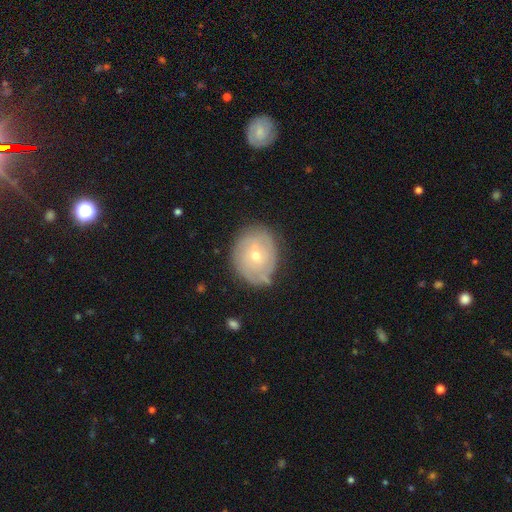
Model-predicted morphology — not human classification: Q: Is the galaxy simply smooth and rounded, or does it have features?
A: featured or disk — 59%.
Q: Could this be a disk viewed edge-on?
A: no — 96%.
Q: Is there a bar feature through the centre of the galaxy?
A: no — 79%.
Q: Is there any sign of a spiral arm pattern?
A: yes — 65%.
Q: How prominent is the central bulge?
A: small — 63%.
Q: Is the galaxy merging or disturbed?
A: none — 69%.